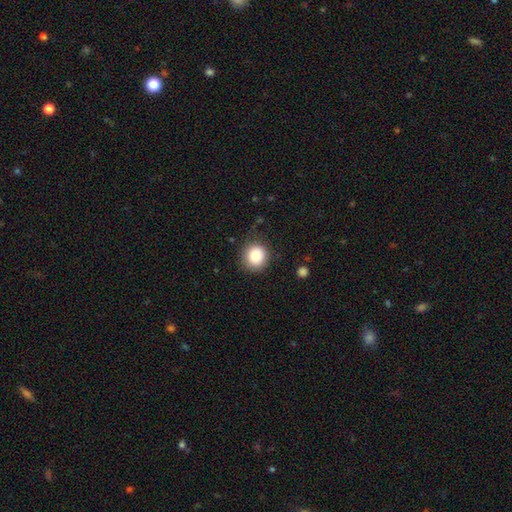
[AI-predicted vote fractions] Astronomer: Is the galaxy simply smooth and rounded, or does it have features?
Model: smooth — 87%.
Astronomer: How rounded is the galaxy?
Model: round — 87%.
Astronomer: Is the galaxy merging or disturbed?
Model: none — 82%.